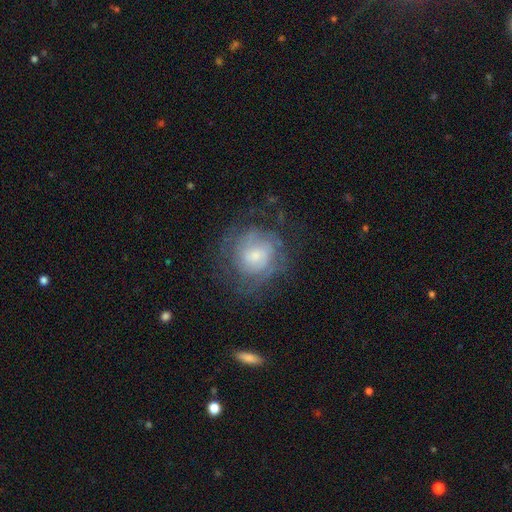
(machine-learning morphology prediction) This appears to be a featured or disk galaxy (62%) with no bar (61%), spiral arms (81%) and a small central bulge (49%). Merging: none (66%).